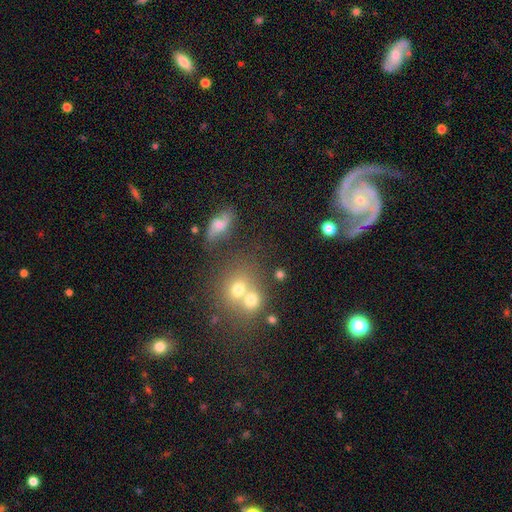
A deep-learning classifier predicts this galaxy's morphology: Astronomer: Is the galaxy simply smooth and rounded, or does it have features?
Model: featured or disk — 56%.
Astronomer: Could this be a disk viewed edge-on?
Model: no — 93%.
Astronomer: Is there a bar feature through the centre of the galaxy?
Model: no — 58%.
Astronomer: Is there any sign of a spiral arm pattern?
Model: yes — 87%.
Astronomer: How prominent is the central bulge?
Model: small — 57% (runner-up: moderate, 32%).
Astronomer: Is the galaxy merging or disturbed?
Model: none — 65%.